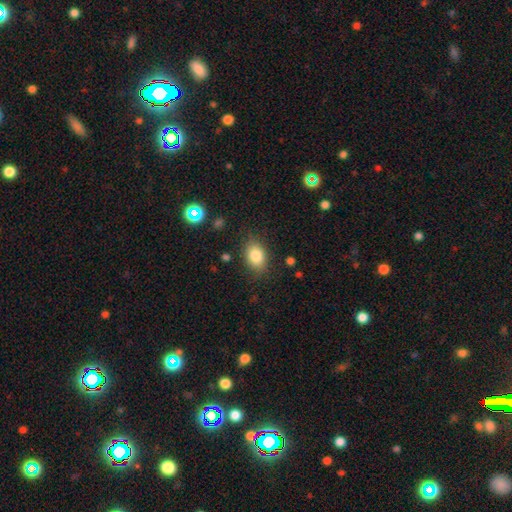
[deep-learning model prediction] Smooth or featured? smooth (83%)
How rounded? in between (77%)
Merging? none (81%)